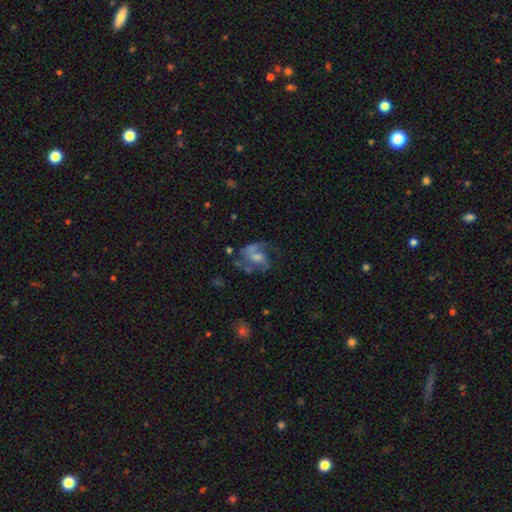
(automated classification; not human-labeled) A featured or disk galaxy (72%) with no bar (51%), 2 (51%) medium (47%) spiral arms (81%) and a moderate central bulge (43%). Merging: none (42%).